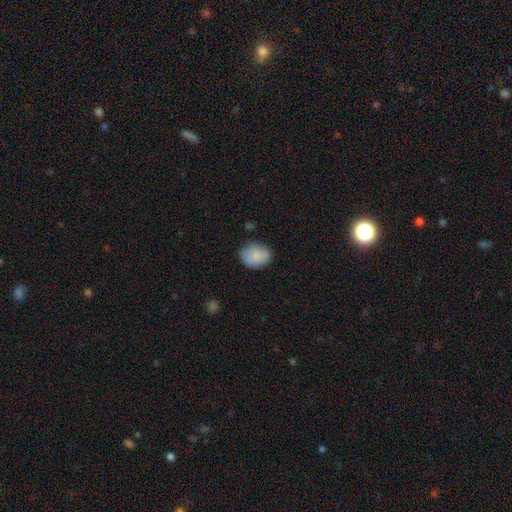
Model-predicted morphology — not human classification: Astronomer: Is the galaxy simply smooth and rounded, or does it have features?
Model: smooth — 84%.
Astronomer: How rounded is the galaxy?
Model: in between — 56% (runner-up: round, 43%).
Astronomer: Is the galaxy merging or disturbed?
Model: none — 74%.